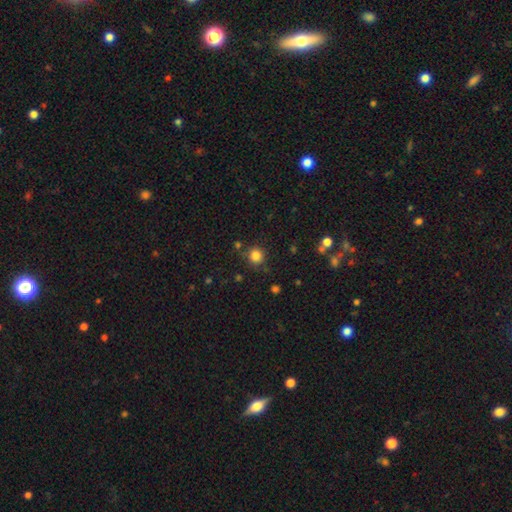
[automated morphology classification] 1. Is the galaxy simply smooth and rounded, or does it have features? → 82% smooth, 13% star or artifact, 5% featured or disk.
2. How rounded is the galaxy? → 92% round, 7% in between, 1% cigar-shaped.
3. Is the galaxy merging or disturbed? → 81% none, 11% minor disturbance, 5% merger, 4% major disturbance.